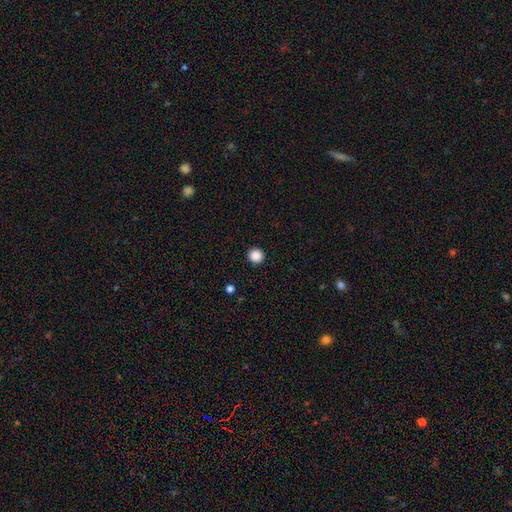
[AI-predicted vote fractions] This is clearly a smooth galaxy (88%). How rounded: clearly round (95%). Merging: clearly none (93%).